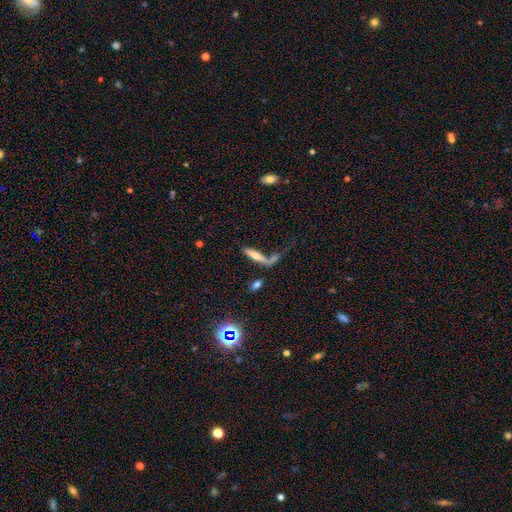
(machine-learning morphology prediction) Smooth or featured?
  - smooth: 59% *
  - featured or disk: 32%
  - star or artifact: 10%
How rounded?
  - cigar-shaped: 76% *
  - in between: 21%
  - round: 3%
Merging?
  - none: 41% *
  - merger: 32%
  - minor disturbance: 14%
  - major disturbance: 13%